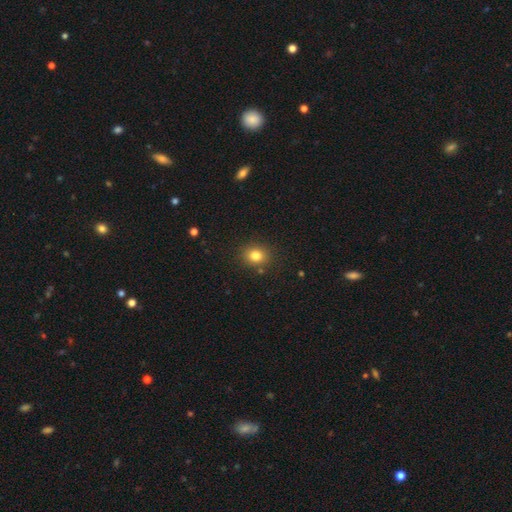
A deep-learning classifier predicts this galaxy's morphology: The model was most divided on "how rounded": round: 70%, in between: 29%, cigar-shaped: 1%. More confident: merging — none (86%); smooth or featured — smooth (81%).